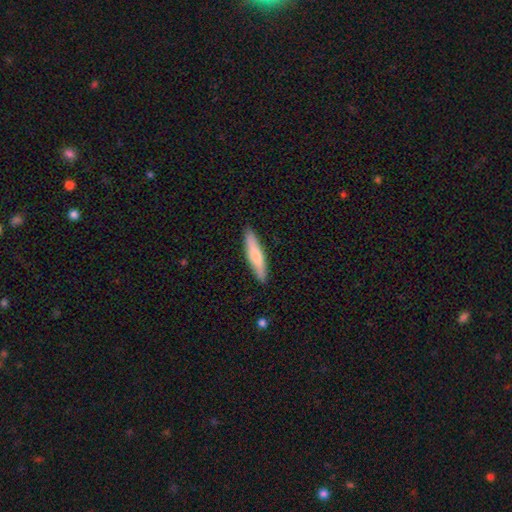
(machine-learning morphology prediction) smooth-or-featured: smooth: 70% | featured or disk: 25% | star or artifact: 5%
  how-rounded: cigar-shaped: 86% | in between: 12% | round: 1%
  merging: none: 89% | minor disturbance: 8% | major disturbance: 2% | merger: 1%